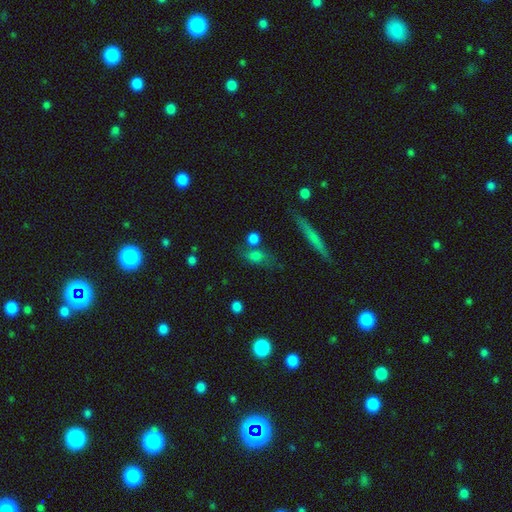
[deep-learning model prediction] smooth 71%, featured or disk 16%, star or artifact 14%. Down the decision tree: how rounded — in between (52%); merging — none (53%).